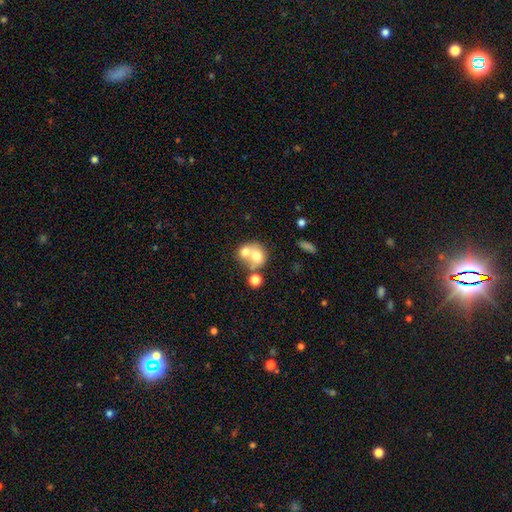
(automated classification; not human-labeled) Smooth or featured? Predicted: smooth (p=0.67). How rounded? Predicted: round (p=0.68). Merging? Predicted: merger (p=0.62).